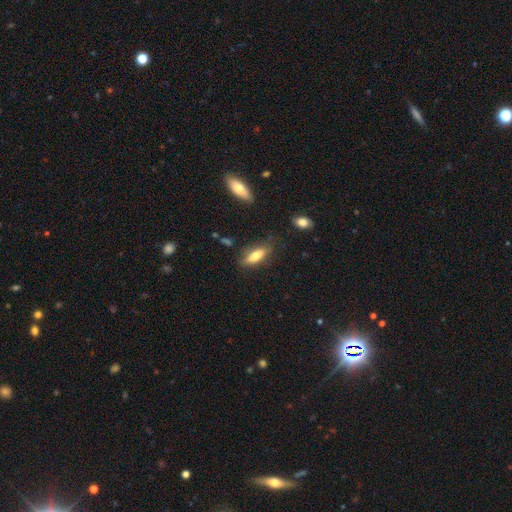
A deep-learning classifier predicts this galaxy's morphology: smooth_or_featured: smooth (p=0.72) [alt: featured or disk p=0.22]
how_rounded: in between (p=0.62) [alt: cigar-shaped p=0.36]
merging: none (p=0.76) [alt: minor disturbance p=0.17]